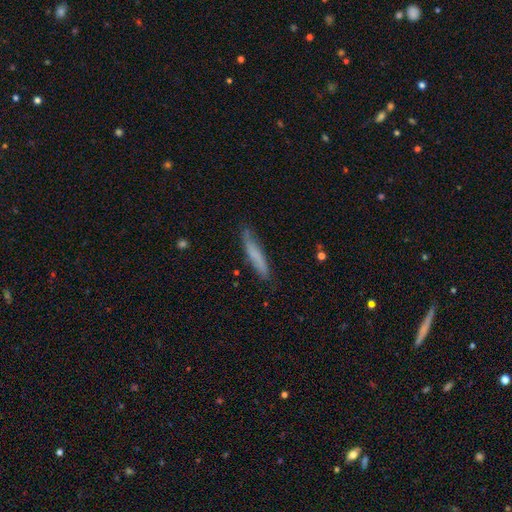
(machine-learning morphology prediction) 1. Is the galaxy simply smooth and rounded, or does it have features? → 64% smooth, 29% featured or disk, 7% star or artifact.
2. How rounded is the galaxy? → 90% cigar-shaped, 8% in between, 1% round.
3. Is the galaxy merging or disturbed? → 74% none, 20% minor disturbance, 4% major disturbance, 2% merger.